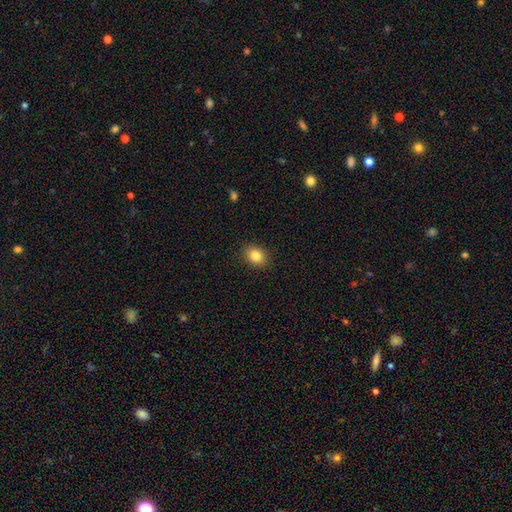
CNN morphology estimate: The model was most divided on "how rounded": in between: 60%, round: 39%, cigar-shaped: 1%. More confident: merging — none (89%); smooth or featured — smooth (85%).